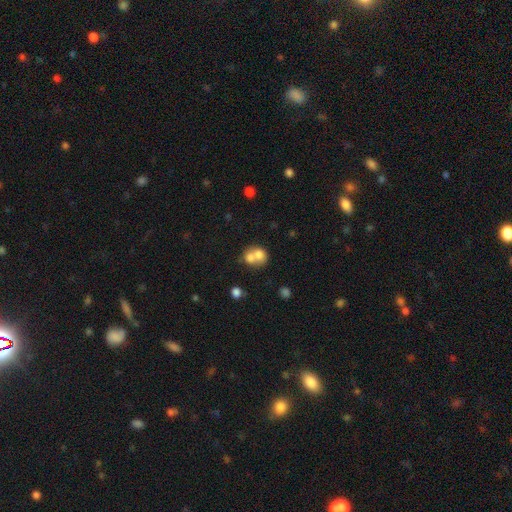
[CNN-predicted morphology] Overall: smooth (69%). How rounded: round (62%; in between 37%). Merging: merger (68%).